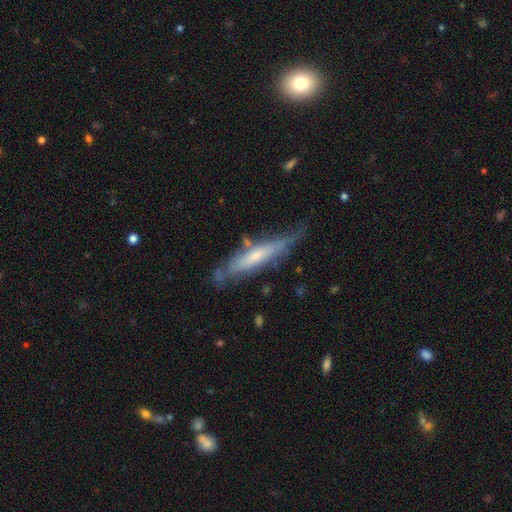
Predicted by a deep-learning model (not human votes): Smooth or featured?
  - featured or disk: 57% *
  - smooth: 37%
  - star or artifact: 6%
Edge-on disk?
  - yes: 68% *
  - no: 32%
Merging?
  - none: 56% *
  - minor disturbance: 28%
  - major disturbance: 11%
  - merger: 5%